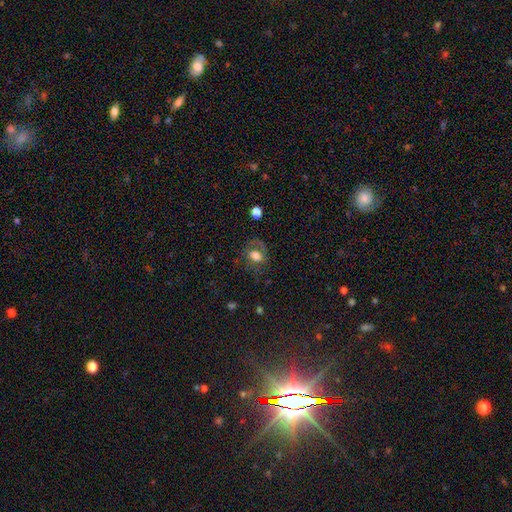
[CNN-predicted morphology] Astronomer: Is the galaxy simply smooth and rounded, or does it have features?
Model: smooth — 57%.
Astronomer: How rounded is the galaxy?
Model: in between — 54% (runner-up: round, 45%).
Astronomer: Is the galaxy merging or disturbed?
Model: none — 59%.